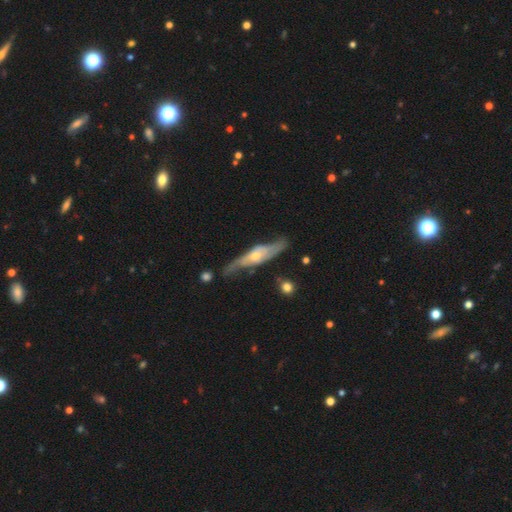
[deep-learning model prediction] A featured or disk galaxy (77%) viewed edge-on (52%). Merging: none (68%).